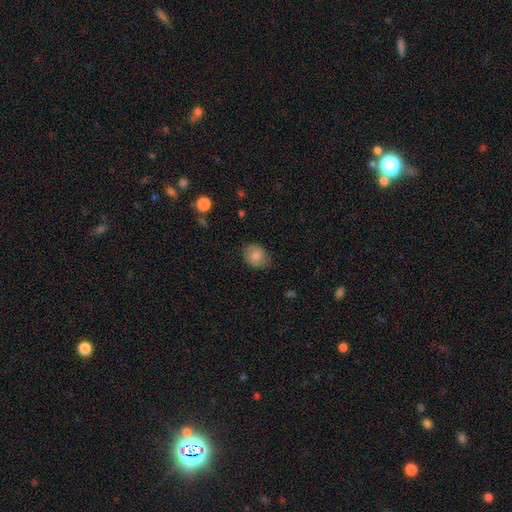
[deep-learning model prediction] Overall: smooth (82%). How rounded: in between (53%; round 46%). Merging: none (78%).